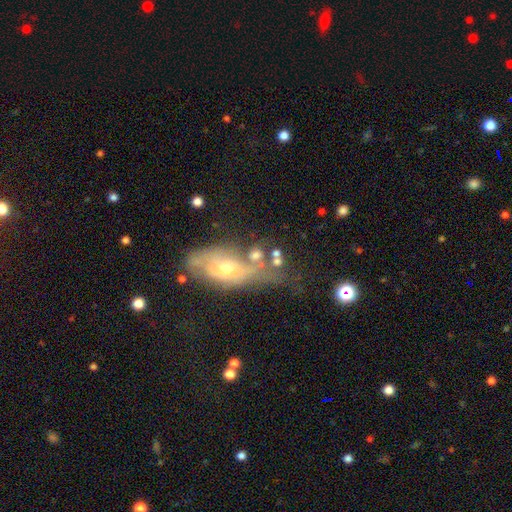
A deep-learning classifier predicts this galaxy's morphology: Smooth or featured? Predicted: smooth (p=0.52). How rounded? Predicted: in between (p=0.56). Merging? Predicted: none (p=0.35).